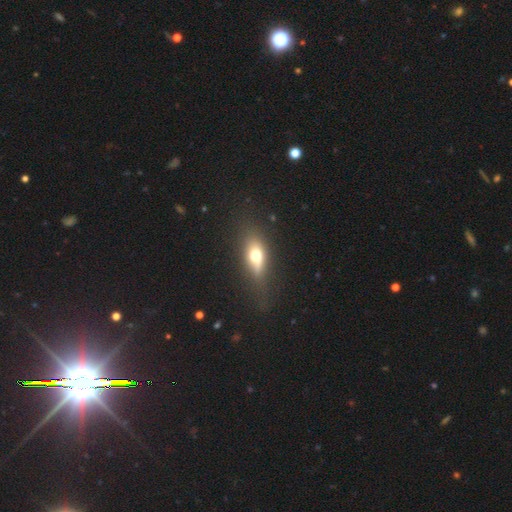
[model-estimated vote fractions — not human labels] This is possibly a smooth galaxy (59%). How rounded: likely in between (70%). Merging: likely none (63%).